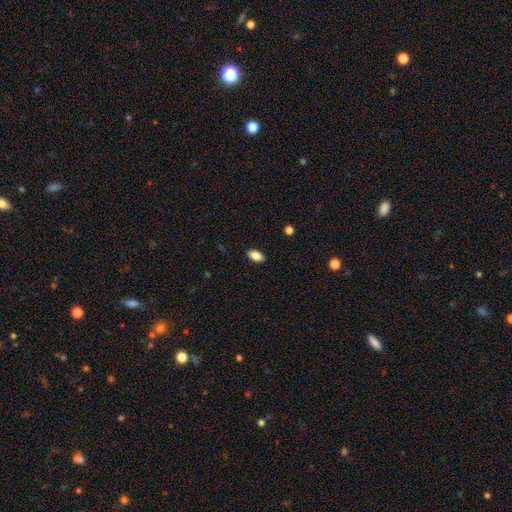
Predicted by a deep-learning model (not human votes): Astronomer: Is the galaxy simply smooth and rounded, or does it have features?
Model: smooth — 86%.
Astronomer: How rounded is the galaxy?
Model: in between — 91%.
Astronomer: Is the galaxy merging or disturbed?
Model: none — 88%.